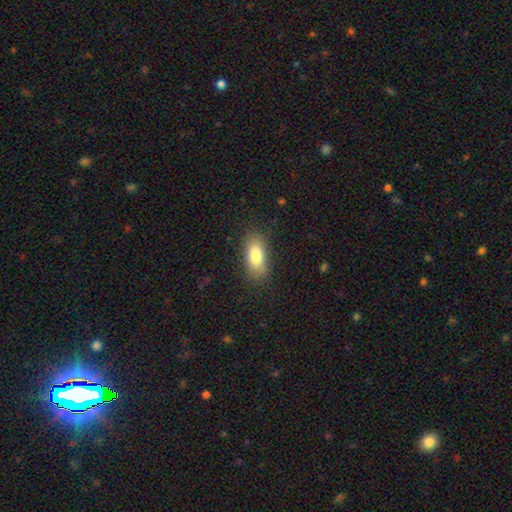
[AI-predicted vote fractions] A smooth galaxy with no disk features (82%) that is in between round and cigar-shaped (86%).

Vote fractions:
- Smooth or featured? smooth: 82% / featured or disk: 11% / star or artifact: 7%
- How rounded? in between: 86% / cigar-shaped: 10% / round: 3%
- Merging? none: 83% / minor disturbance: 12% / major disturbance: 4% / merger: 1%